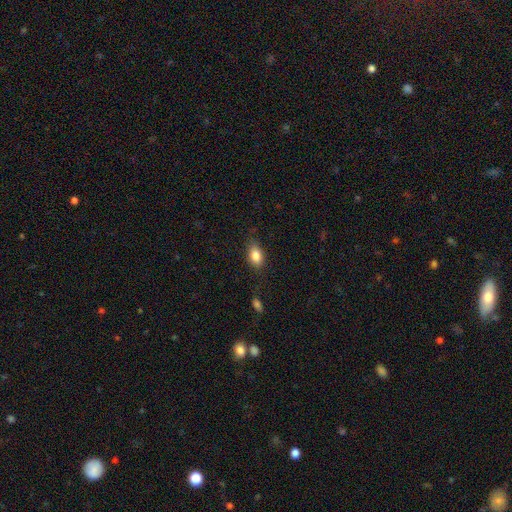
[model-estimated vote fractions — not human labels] Q: Smooth or featured?
A: smooth (84%); runner-up: star or artifact (8%)
Q: How rounded?
A: in between (85%); runner-up: round (12%)
Q: Merging?
A: none (77%); runner-up: minor disturbance (17%)